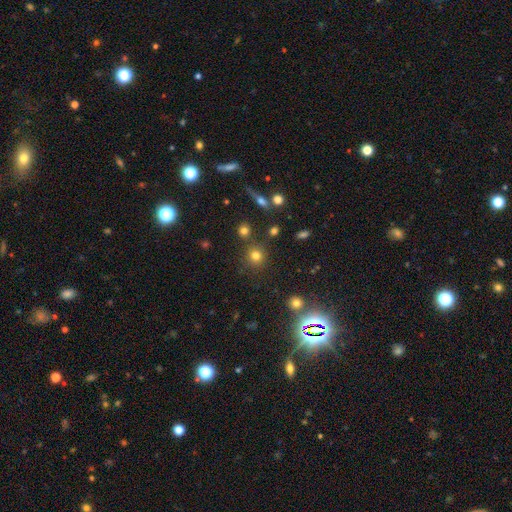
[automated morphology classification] Q: Smooth or featured?
A: smooth (75%); runner-up: star or artifact (17%)
Q: How rounded?
A: round (91%); runner-up: in between (7%)
Q: Merging?
A: none (82%); runner-up: minor disturbance (8%)